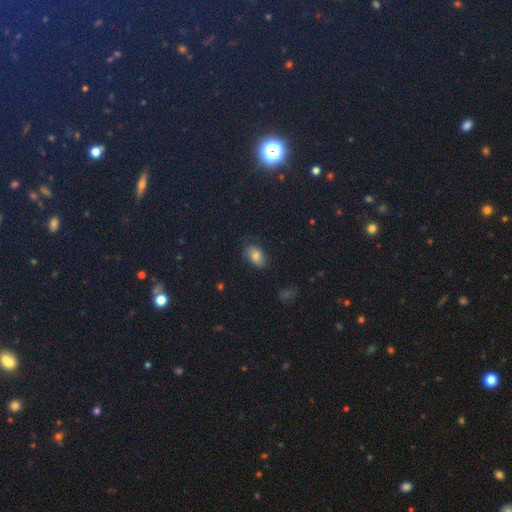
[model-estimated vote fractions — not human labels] This is likely a smooth galaxy (68%). How rounded: clearly in between (86%). Merging: likely none (78%).